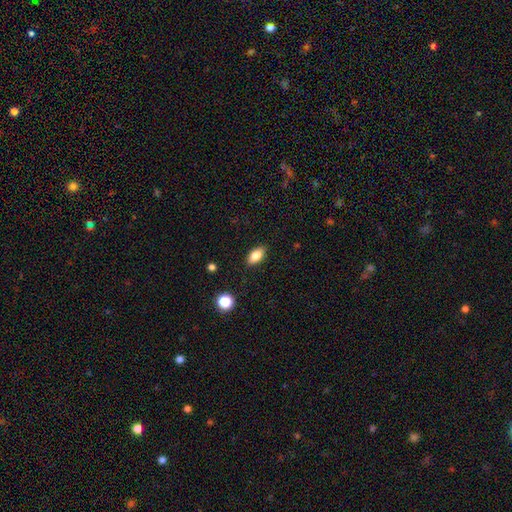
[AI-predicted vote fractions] Smooth or featured: smooth — 82% (featured or disk — 10%)
How rounded: in between — 89% (cigar-shaped — 6%)
Merging: none — 88% (minor disturbance — 9%)